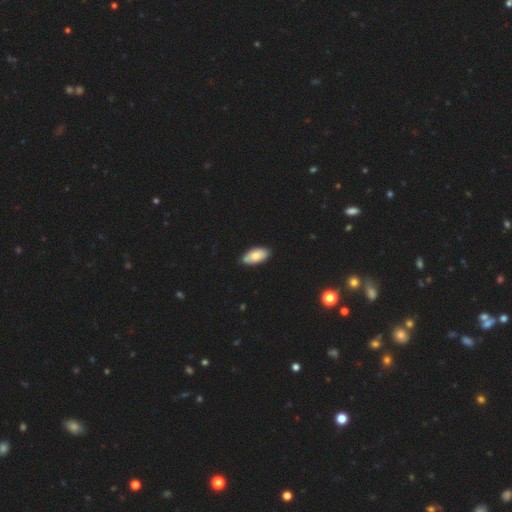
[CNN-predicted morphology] Smooth or featured? smooth (79%)
How rounded? in between (93%)
Merging? none (82%)